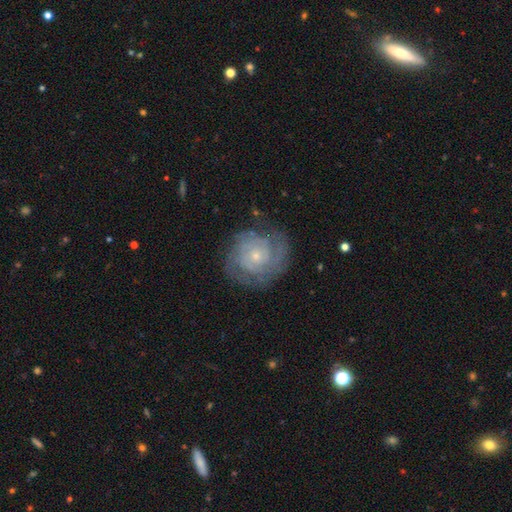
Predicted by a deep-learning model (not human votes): Morphology: type=featured or disk (80%); edge-on=no (98%); bar=no (80%); spiral arms=yes (93%); winding=tight (72%); arm count=can't tell (34%); bulge=small (73%); merging=none (75%).